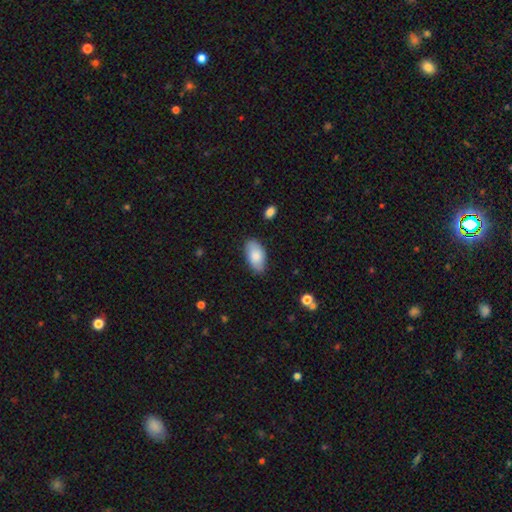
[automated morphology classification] A smooth galaxy with no disk features (81%) that is in between round and cigar-shaped (95%). Merging: none (81%).